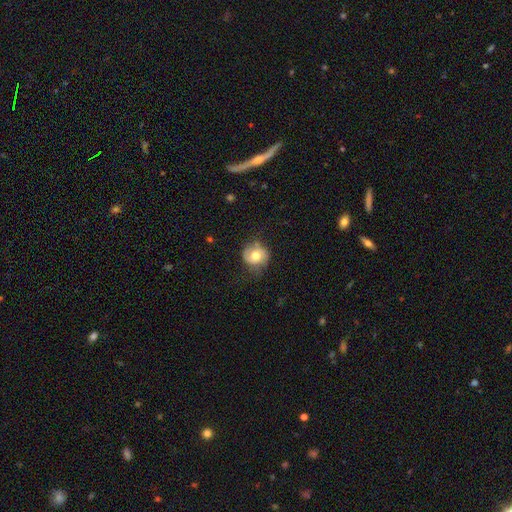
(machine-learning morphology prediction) The model was most divided on "smooth or featured": smooth: 56%, featured or disk: 36%, star or artifact: 8%. More confident: how rounded — round (80%); merging — none (64%).